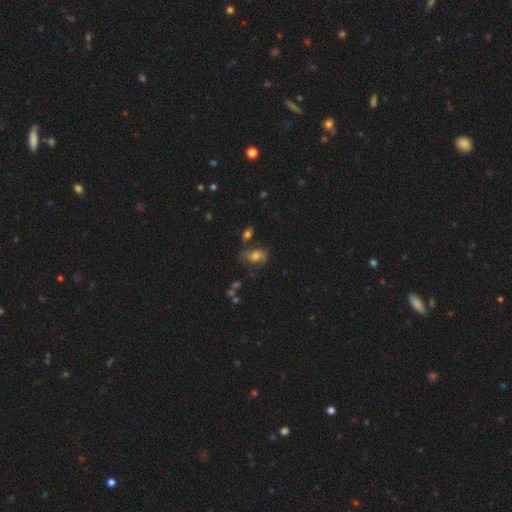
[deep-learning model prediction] Smooth or featured? Predicted: smooth (p=0.58). How rounded? Predicted: in between (p=0.76). Merging? Predicted: none (p=0.49).